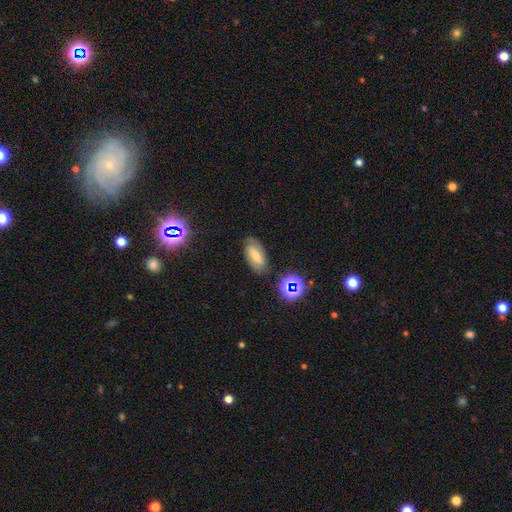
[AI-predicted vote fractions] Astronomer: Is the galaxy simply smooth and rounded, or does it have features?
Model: smooth — 51% (runner-up: featured or disk, 34%).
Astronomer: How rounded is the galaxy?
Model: in between — 87%.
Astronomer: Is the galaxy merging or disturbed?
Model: none — 78%.